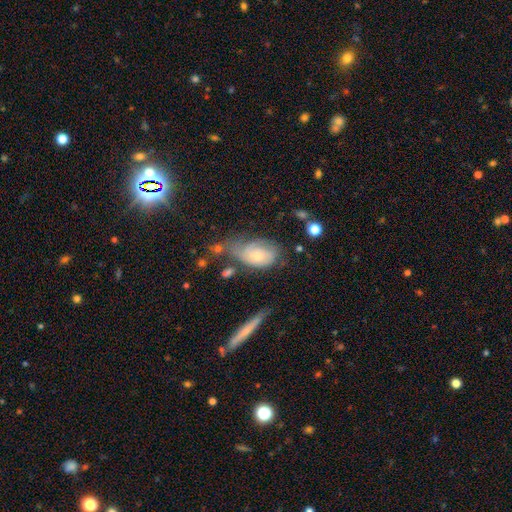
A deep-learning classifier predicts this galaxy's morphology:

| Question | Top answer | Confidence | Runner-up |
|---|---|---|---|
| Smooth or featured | featured or disk | 49% | smooth (43%) |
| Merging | none | 34% | minor disturbance (33%) |